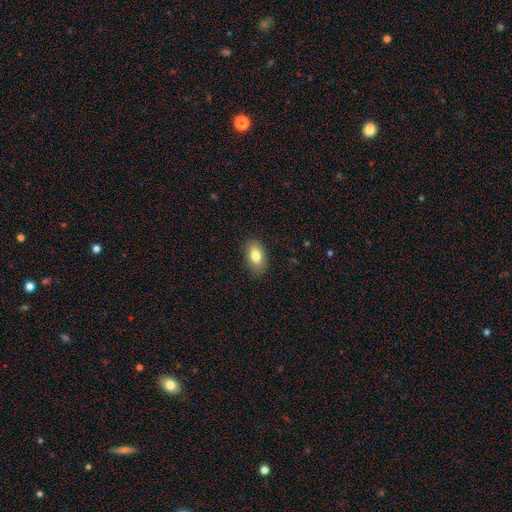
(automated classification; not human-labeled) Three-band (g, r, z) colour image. It shows a smooth galaxy with no disk features (80%) that is in between round and cigar-shaped (90%). Merging: none (86%).